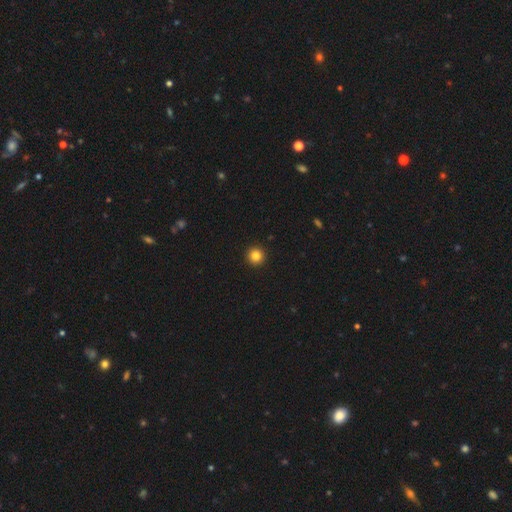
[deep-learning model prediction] smooth 84%, star or artifact 11%, featured or disk 5%. Down the decision tree: how rounded — round (96%); merging — none (94%).